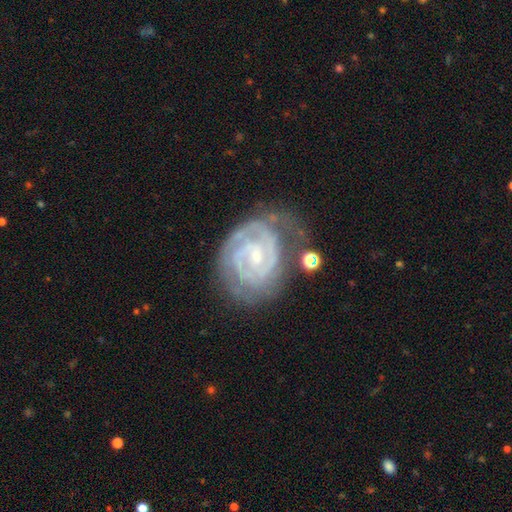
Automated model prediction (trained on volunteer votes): Overall: featured or disk (90%). Edge-on disk: no (98%). Bar: no (44%; weak 43%). Spiral arms: yes (97%). Spiral arm count: 2 (57%; 3 17%). Spiral winding: tight (75%). Bulge size: small (72%). Merging: none (62%; minor disturbance 23%).